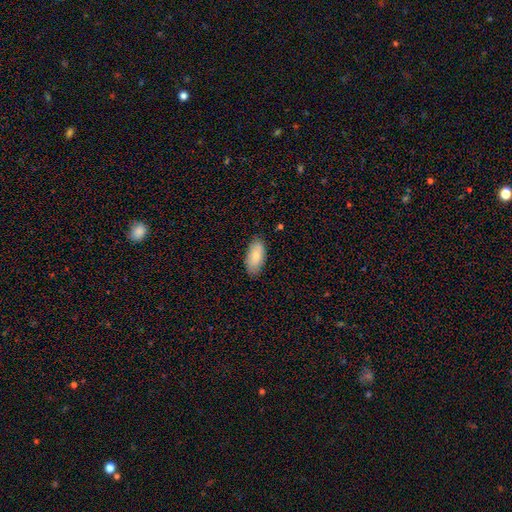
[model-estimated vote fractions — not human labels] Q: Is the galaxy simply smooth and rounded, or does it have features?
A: smooth — 84%.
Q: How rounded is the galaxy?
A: in between — 90%.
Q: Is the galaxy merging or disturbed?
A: none — 85%.